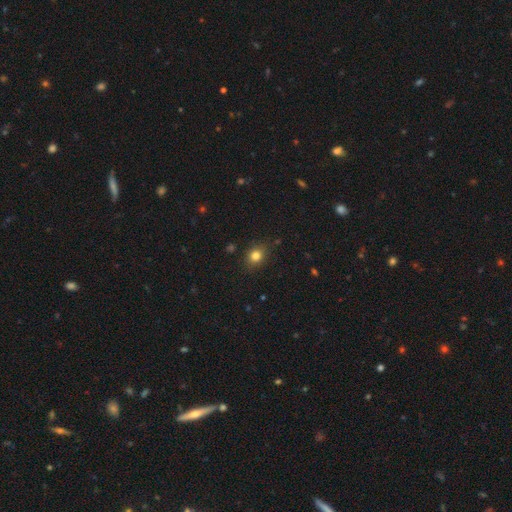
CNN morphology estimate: smooth_or_featured: smooth (p=0.81) [alt: star or artifact p=0.13]
how_rounded: round (p=0.60) [alt: in between p=0.39]
merging: none (p=0.85) [alt: minor disturbance p=0.11]